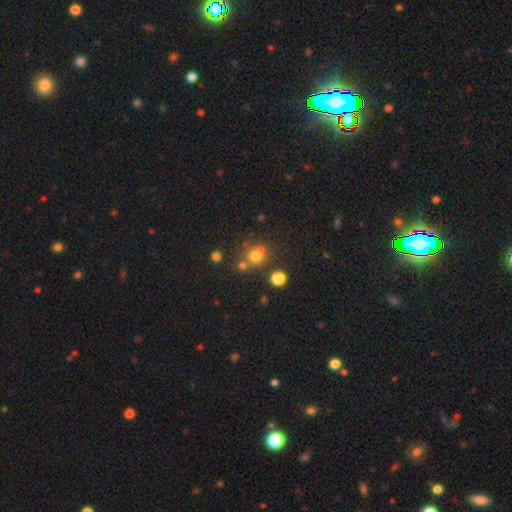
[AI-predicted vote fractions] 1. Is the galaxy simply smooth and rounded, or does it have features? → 66% smooth, 22% star or artifact, 12% featured or disk.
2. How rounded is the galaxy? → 87% round, 12% in between, 1% cigar-shaped.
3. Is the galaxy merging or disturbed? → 61% none, 25% merger, 10% minor disturbance, 4% major disturbance.